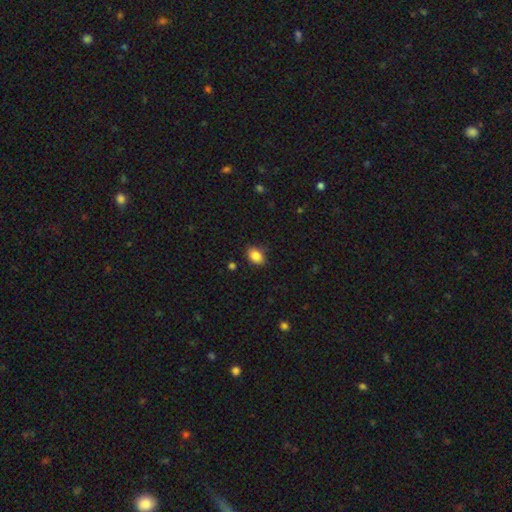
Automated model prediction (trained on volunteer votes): Smooth or featured?
  - smooth: 85% *
  - star or artifact: 9%
  - featured or disk: 6%
How rounded?
  - in between: 78% *
  - round: 21%
  - cigar-shaped: 1%
Merging?
  - none: 82% *
  - minor disturbance: 13%
  - major disturbance: 3%
  - merger: 2%